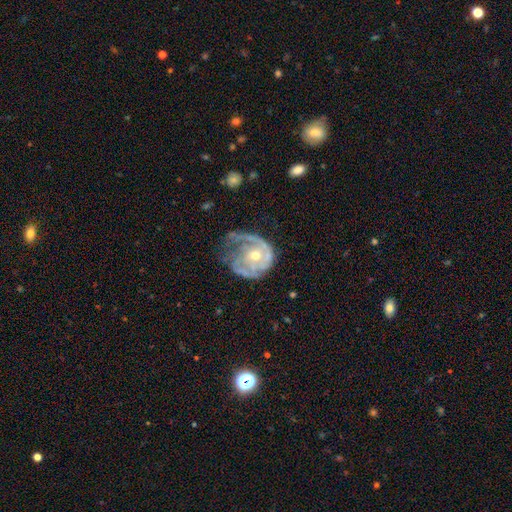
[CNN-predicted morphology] type=featured or disk (82%); edge-on=no (98%); bar=no (75%); spiral arms=yes (89%); winding=tight (50%); arm count=2 (30%); bulge=moderate (49%); merging=none (39%).